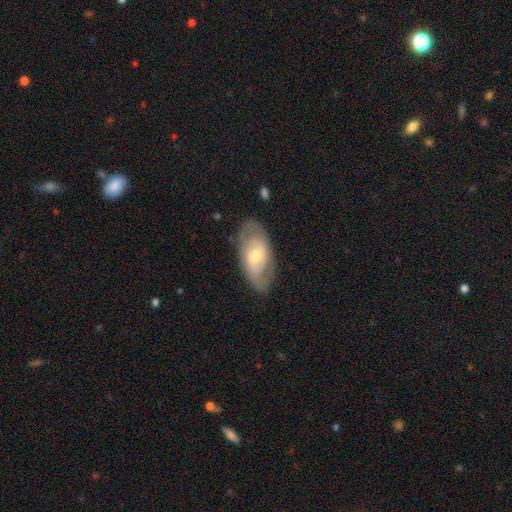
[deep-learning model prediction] Smooth or featured? Predicted: featured or disk (p=0.67). Edge-on disk? Predicted: no (p=0.92). Bar? Predicted: no (p=0.47). Spiral arms? Predicted: yes (p=0.77). Bulge size? Predicted: moderate (p=0.52). Merging? Predicted: none (p=0.78).